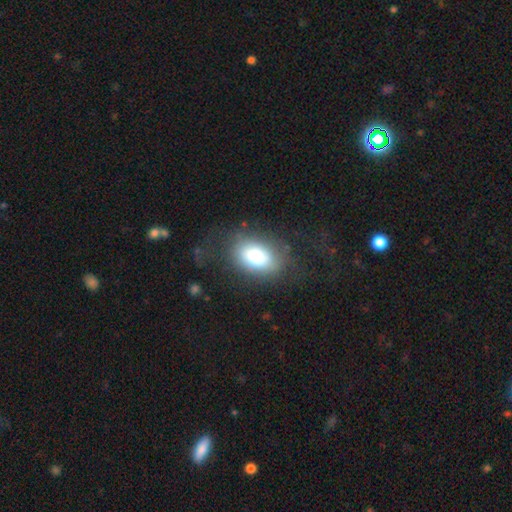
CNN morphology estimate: smooth 74%, featured or disk 18%, star or artifact 8%. Down the decision tree: how rounded — in between (84%); merging — none (64%).